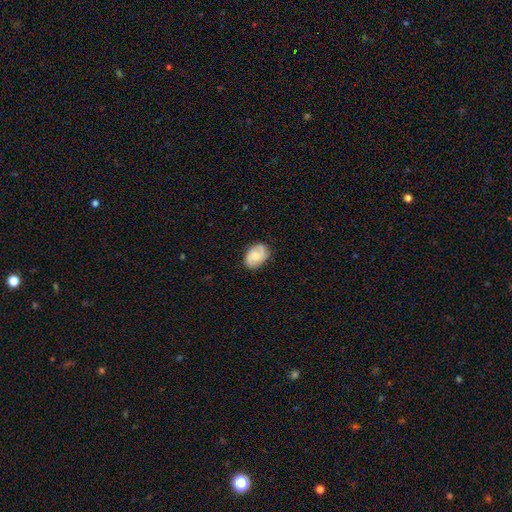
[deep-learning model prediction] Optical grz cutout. It shows a featured or disk galaxy (49%). Merging: none (77%).